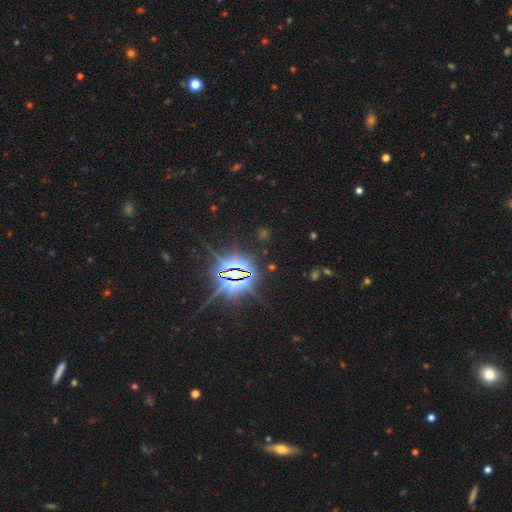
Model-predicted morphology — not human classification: A star or artifact, not a galaxy (85%).